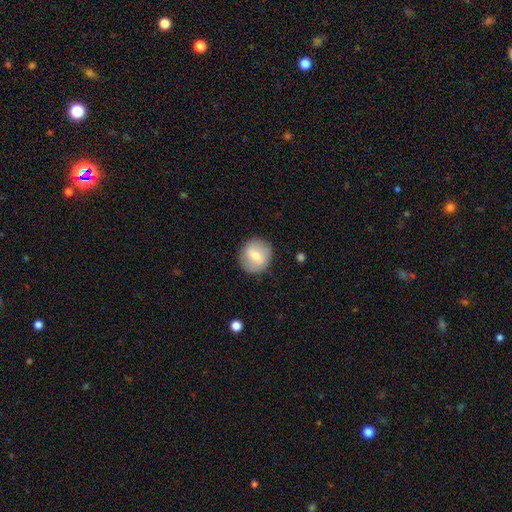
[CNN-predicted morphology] This appears to be a smooth galaxy with no disk features (62%) that is round (90%). Merging: none (87%).